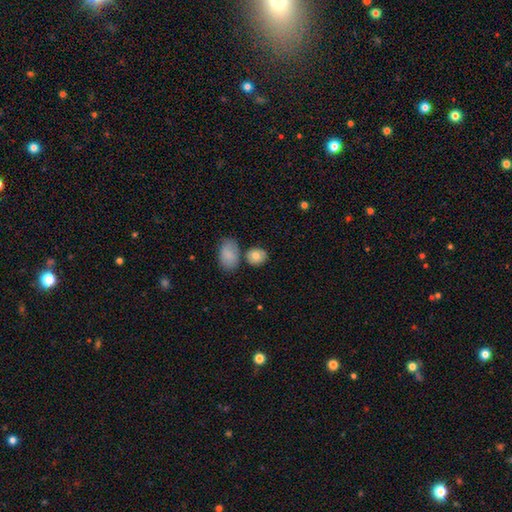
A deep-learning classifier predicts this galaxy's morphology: smooth 79%, featured or disk 13%, star or artifact 8%. Down the decision tree: how rounded — round (59%); merging — none (69%).